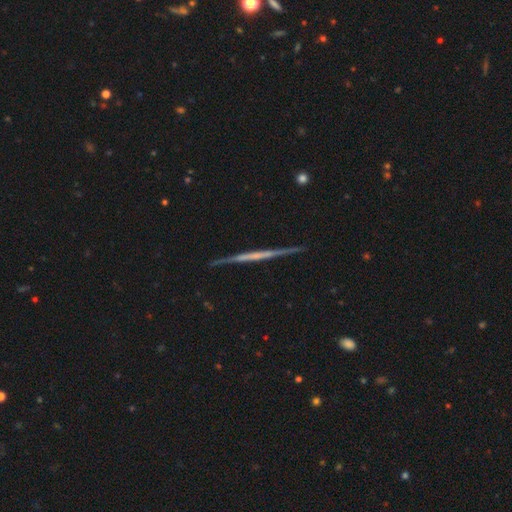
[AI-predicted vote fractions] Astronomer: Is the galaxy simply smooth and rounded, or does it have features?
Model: featured or disk — 71%.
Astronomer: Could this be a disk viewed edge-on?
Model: yes — 98%.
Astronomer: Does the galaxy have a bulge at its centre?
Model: none — 85%.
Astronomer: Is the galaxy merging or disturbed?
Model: none — 90%.